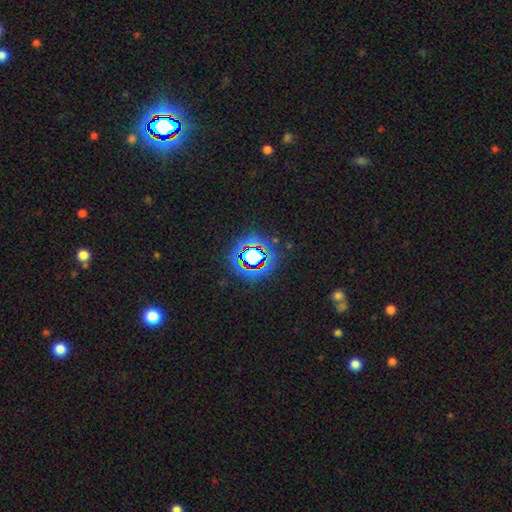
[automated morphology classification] Smooth or featured? star or artifact (78%)